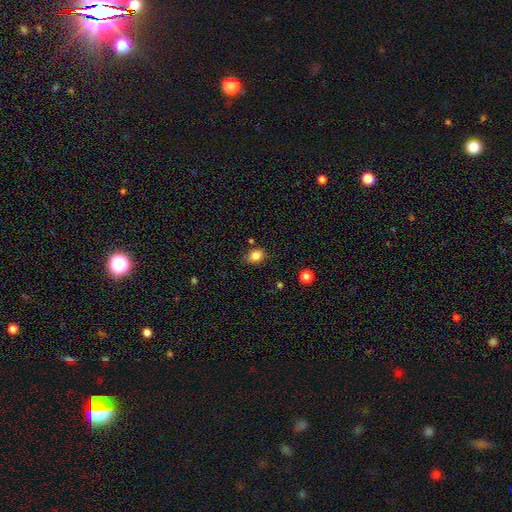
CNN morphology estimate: smooth 83%, star or artifact 10%, featured or disk 7%. Down the decision tree: how rounded — in between (56%); merging — none (76%).